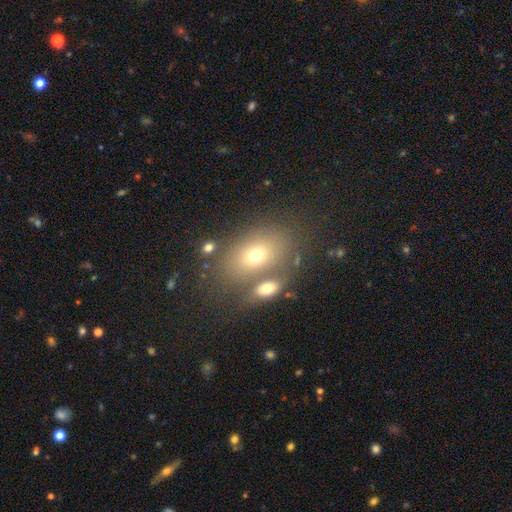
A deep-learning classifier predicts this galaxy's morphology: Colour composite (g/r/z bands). It shows a smooth galaxy with no disk features (66%) that is in between round and cigar-shaped (80%). Merging: none (56%).